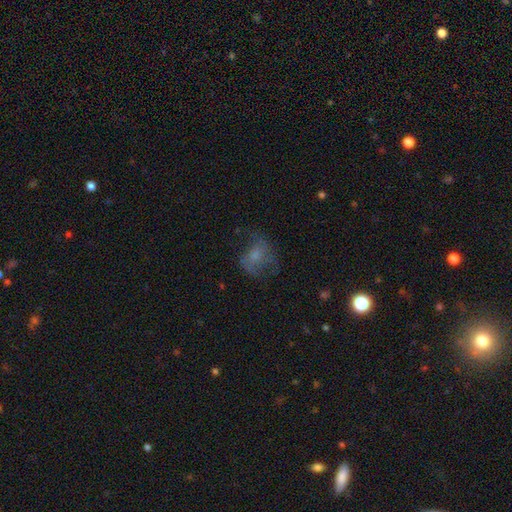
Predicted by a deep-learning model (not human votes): smooth_or_featured: smooth (p=0.44) [alt: featured or disk p=0.41]
merging: none (p=0.46) [alt: major disturbance p=0.29]